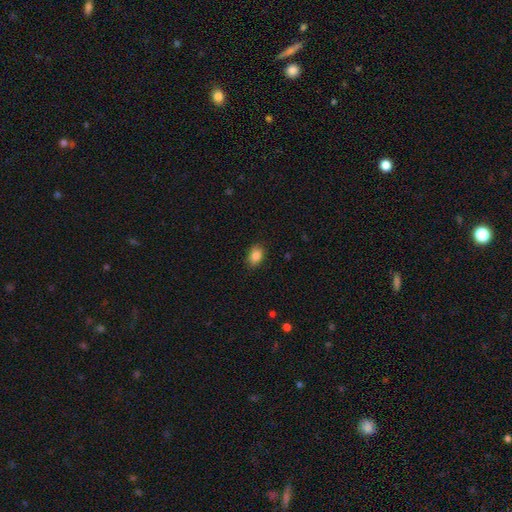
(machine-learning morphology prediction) Smooth or featured?
  - smooth: 86% *
  - star or artifact: 9%
  - featured or disk: 5%
How rounded?
  - in between: 80% *
  - round: 19%
  - cigar-shaped: 1%
Merging?
  - none: 86% *
  - minor disturbance: 11%
  - major disturbance: 2%
  - merger: 1%